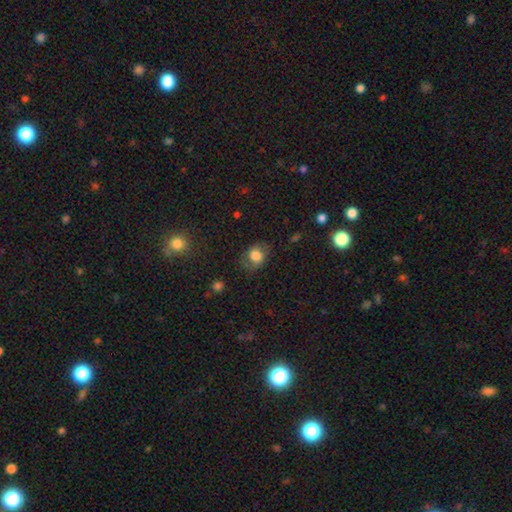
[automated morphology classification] This is likely a smooth galaxy (71%). How rounded: possibly round (56%). Merging: likely none (67%).